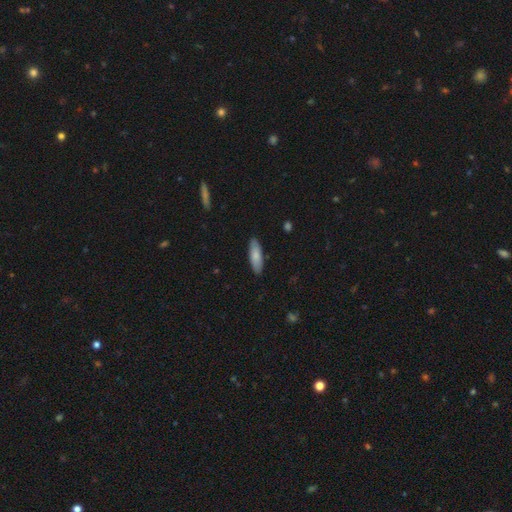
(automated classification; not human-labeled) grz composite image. It shows a smooth galaxy with no disk features (80%) that is in between round and cigar-shaped (52%). Merging: none (88%).